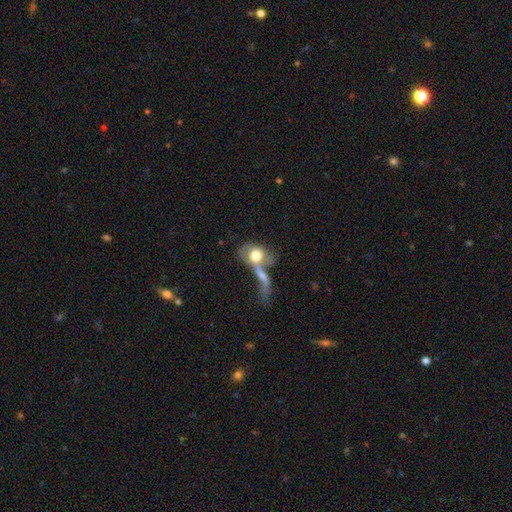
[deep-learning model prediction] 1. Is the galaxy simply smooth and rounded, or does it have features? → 59% smooth, 33% featured or disk, 8% star or artifact.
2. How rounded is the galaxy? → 61% in between, 35% round, 4% cigar-shaped.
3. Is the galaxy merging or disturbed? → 67% merger, 15% major disturbance, 12% none, 7% minor disturbance.